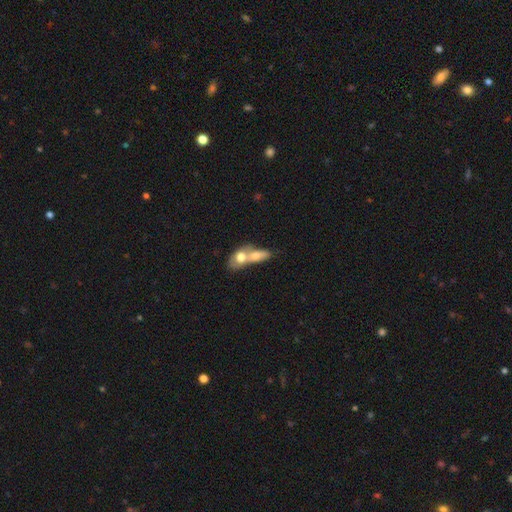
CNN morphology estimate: A smooth galaxy with no disk features (63%) that is in between round and cigar-shaped (70%). Merging: merger (79%).